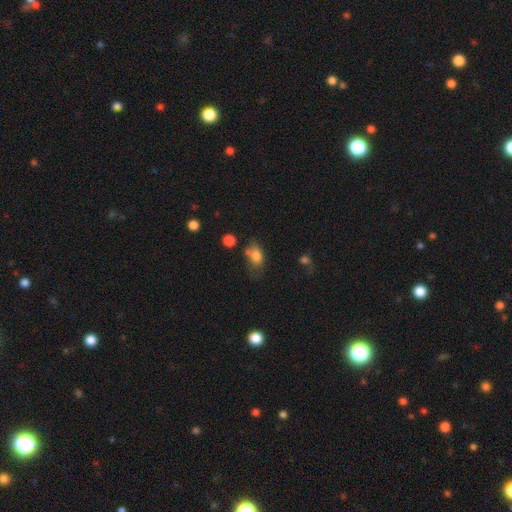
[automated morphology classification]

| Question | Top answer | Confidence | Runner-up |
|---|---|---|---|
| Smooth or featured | smooth | 77% | featured or disk (13%) |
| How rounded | in between | 77% | round (21%) |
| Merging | none | 43% | minor disturbance (29%) |